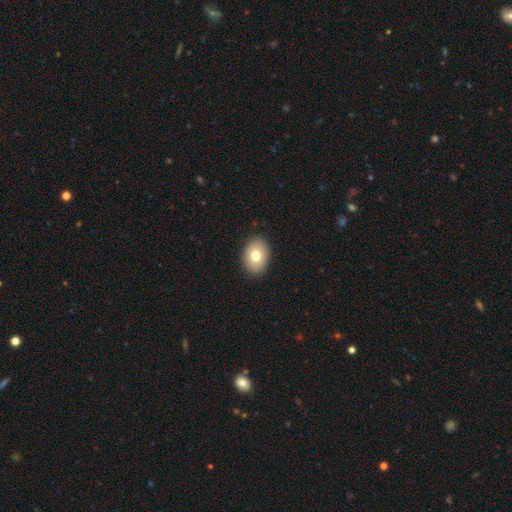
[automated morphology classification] smooth_or_featured: smooth (p=0.75) [alt: featured or disk p=0.17]
how_rounded: in between (p=0.75) [alt: round p=0.24]
merging: none (p=0.89) [alt: minor disturbance p=0.08]